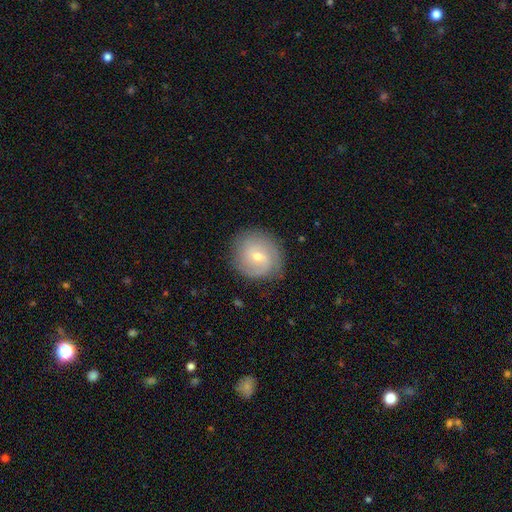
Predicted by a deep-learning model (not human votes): Q: Smooth or featured?
A: featured or disk (62%); runner-up: smooth (29%)
Q: Edge-on disk?
A: no (97%); runner-up: yes (3%)
Q: Bar?
A: no (51%); runner-up: weak (41%)
Q: Spiral arms?
A: yes (87%); runner-up: no (13%)
Q: Spiral winding?
A: tight (57%); runner-up: medium (31%)
Q: Spiral arm count?
A: 2 (44%); runner-up: can't tell (32%)
Q: Bulge size?
A: small (55%); runner-up: moderate (42%)
Q: Merging?
A: none (82%); runner-up: minor disturbance (13%)